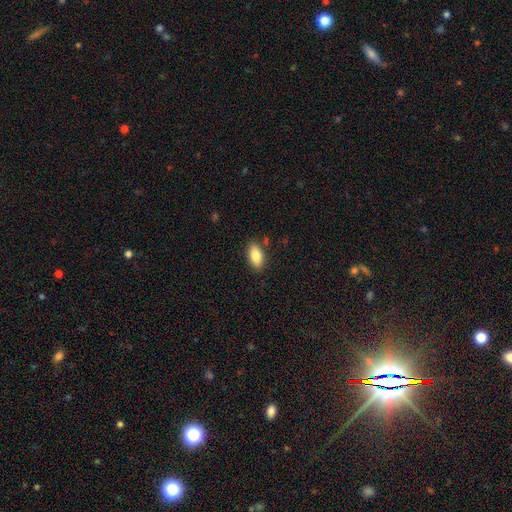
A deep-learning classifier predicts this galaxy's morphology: Smooth or featured? Predicted: smooth (p=0.82). How rounded? Predicted: in between (p=0.88). Merging? Predicted: none (p=0.84).